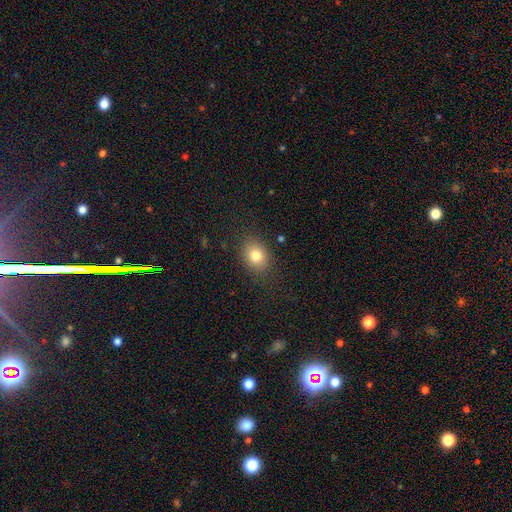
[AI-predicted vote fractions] smooth 80%, star or artifact 11%, featured or disk 9%. Down the decision tree: how rounded — in between (51%); merging — none (84%).